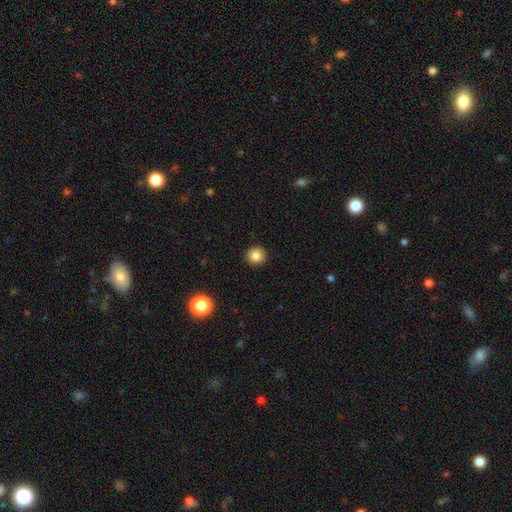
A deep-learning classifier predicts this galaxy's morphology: This appears to be a smooth galaxy with no disk features (85%) that is round (90%). Merging: none (92%).